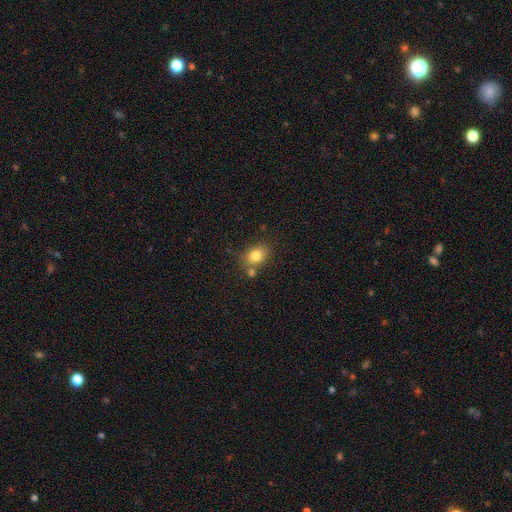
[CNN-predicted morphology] smooth_or_featured: smooth (p=0.80) [alt: star or artifact p=0.10]
how_rounded: in between (p=0.62) [alt: round p=0.37]
merging: none (p=0.68) [alt: merger p=0.14]